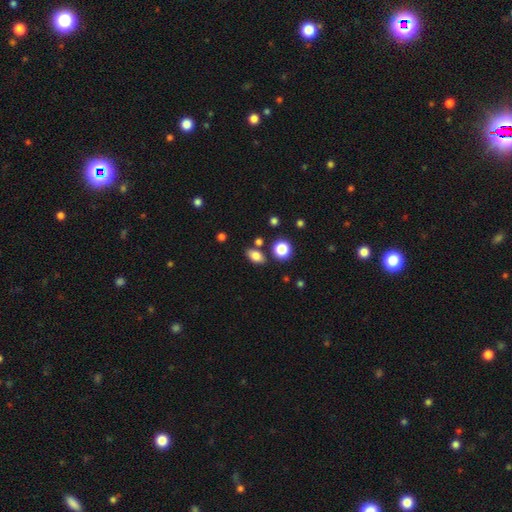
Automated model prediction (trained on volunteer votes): A smooth galaxy with no disk features (80%) that is in between round and cigar-shaped (81%).

Vote fractions:
- Smooth or featured? smooth: 80% / star or artifact: 11% / featured or disk: 8%
- How rounded? in between: 81% / round: 15% / cigar-shaped: 4%
- Merging? none: 78% / minor disturbance: 11% / merger: 8% / major disturbance: 3%